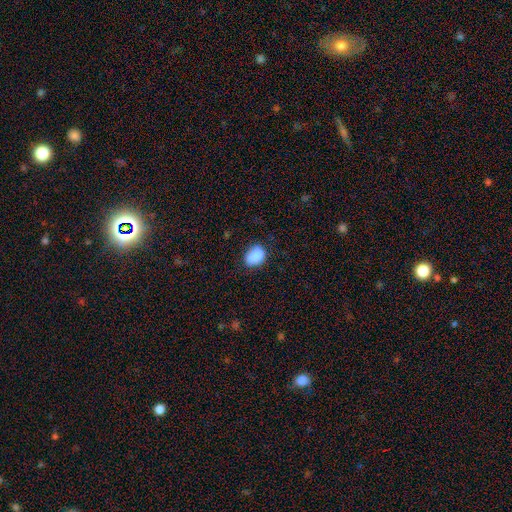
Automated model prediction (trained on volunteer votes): Smooth or featured? Predicted: smooth (p=0.86). How rounded? Predicted: in between (p=0.71). Merging? Predicted: none (p=0.67).